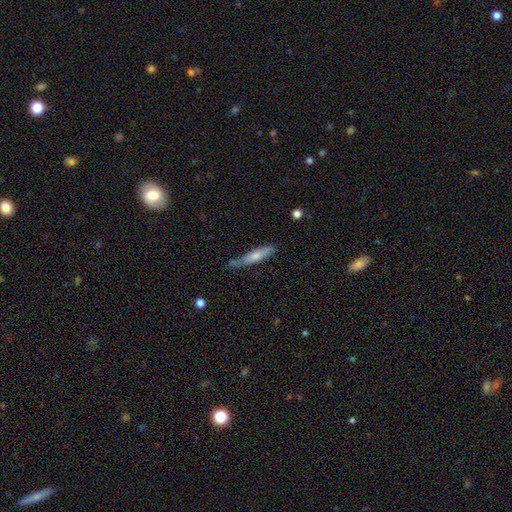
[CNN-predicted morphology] This is likely a smooth galaxy (62%). How rounded: clearly cigar-shaped (84%). Merging: likely none (60%).